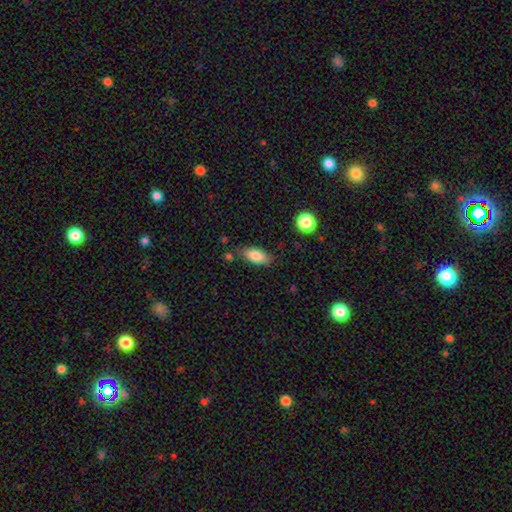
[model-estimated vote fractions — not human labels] Smooth or featured? Predicted: smooth (p=0.82). How rounded? Predicted: in between (p=0.86). Merging? Predicted: none (p=0.78).